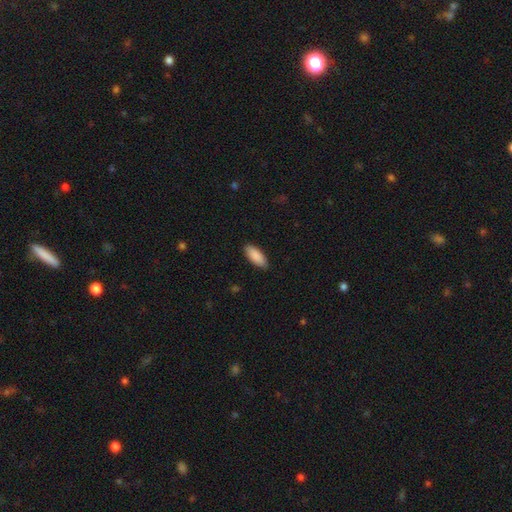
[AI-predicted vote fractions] Smooth or featured? Predicted: smooth (p=0.90). How rounded? Predicted: in between (p=0.78). Merging? Predicted: none (p=0.88).